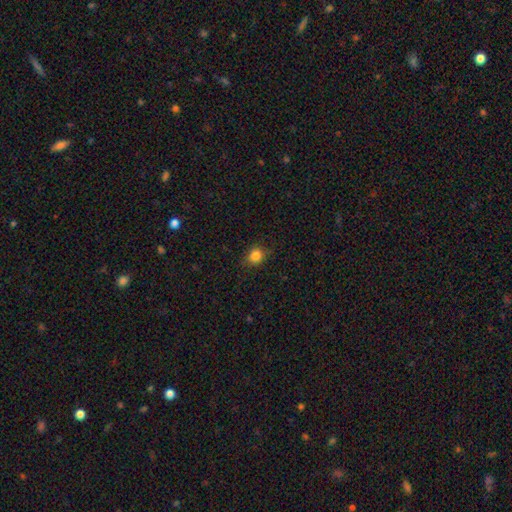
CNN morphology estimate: Smooth or featured: smooth — 83% (star or artifact — 12%)
How rounded: round — 77% (in between — 22%)
Merging: none — 83% (minor disturbance — 13%)